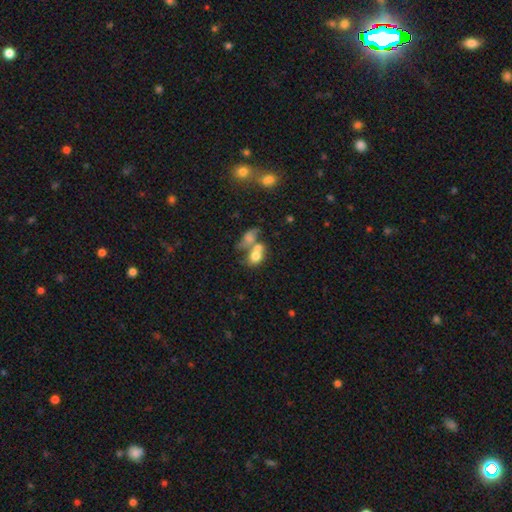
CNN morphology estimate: Overall: smooth (65%). How rounded: in between (59%; round 39%). Merging: merger (62%).